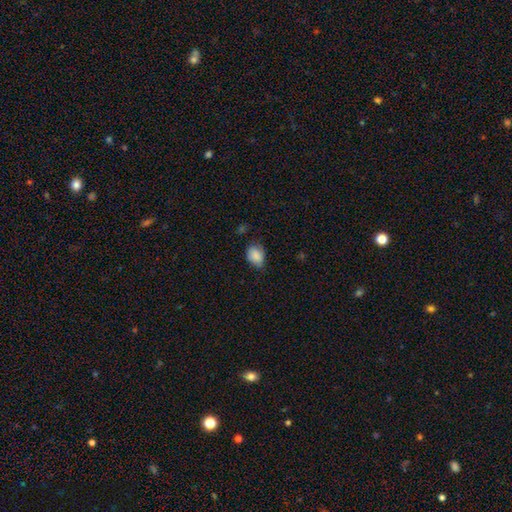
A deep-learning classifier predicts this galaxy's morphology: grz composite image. It shows a smooth galaxy with no disk features (85%) that is in between round and cigar-shaped (66%). Merging: none (59%).